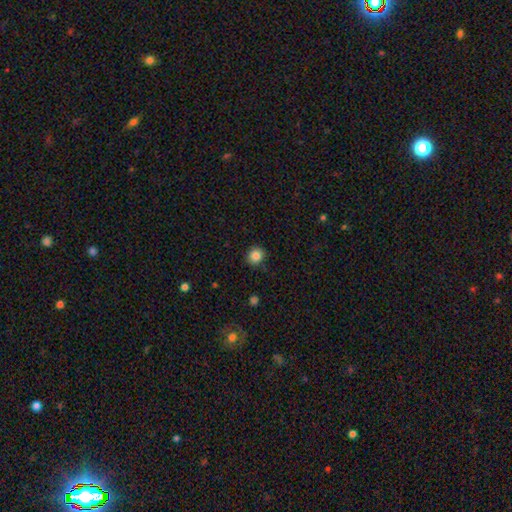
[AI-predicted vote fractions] smooth-or-featured: smooth: 85% | star or artifact: 10% | featured or disk: 5%
  how-rounded: round: 81% | in between: 18% | cigar-shaped: 1%
  merging: none: 88% | minor disturbance: 9% | major disturbance: 2% | merger: 1%